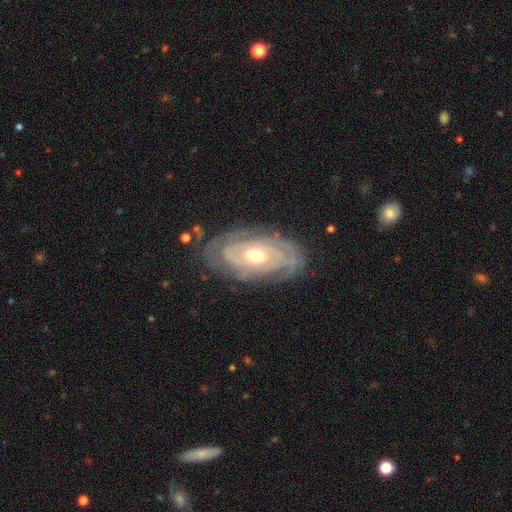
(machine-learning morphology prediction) A featured or disk galaxy (84%) with no bar (68%), tight (76%) spiral arms (91%) and a moderate central bulge (72%). Merging: none (76%).